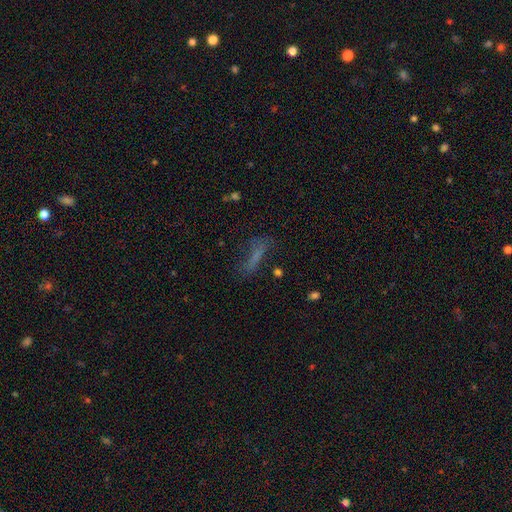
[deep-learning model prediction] Smooth or featured: smooth — 55% (featured or disk — 27%)
How rounded: cigar-shaped — 71% (in between — 25%)
Merging: none — 58% (minor disturbance — 21%)